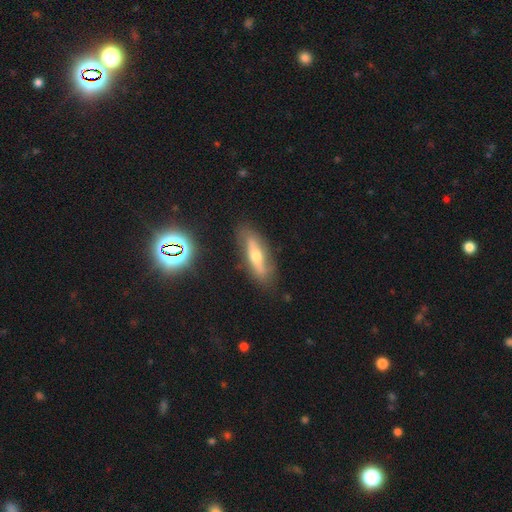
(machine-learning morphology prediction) smooth-or-featured: featured or disk: 52% | smooth: 38% | star or artifact: 10%
  disk-edge-on: yes: 58% | no: 42%
  merging: none: 78% | minor disturbance: 16% | major disturbance: 4% | merger: 2%